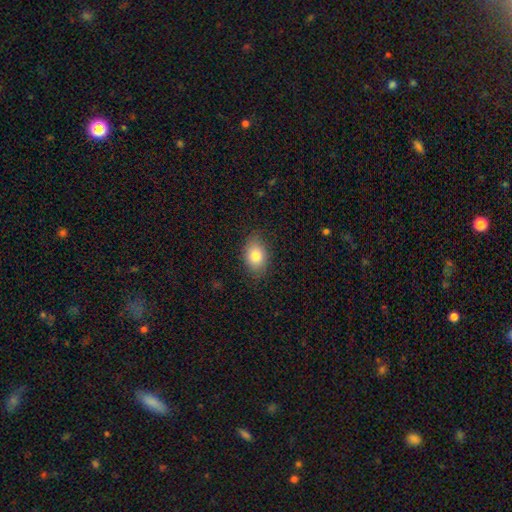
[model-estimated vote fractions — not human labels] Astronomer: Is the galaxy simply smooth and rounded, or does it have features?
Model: smooth — 81%.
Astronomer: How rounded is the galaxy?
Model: in between — 79%.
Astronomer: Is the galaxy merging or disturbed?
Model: none — 83%.